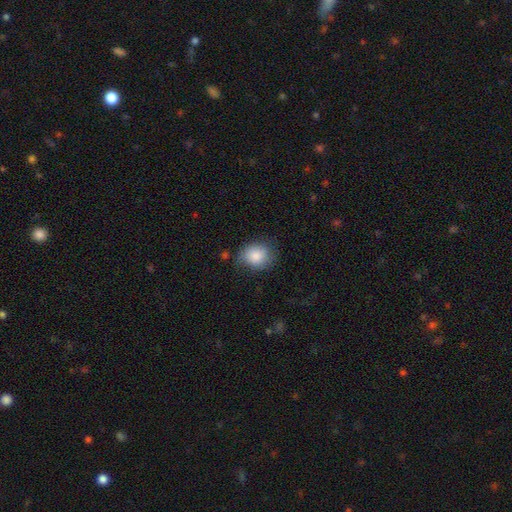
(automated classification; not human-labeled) This appears to be a smooth galaxy with no disk features (86%) that is round (60%). Merging: none (64%).